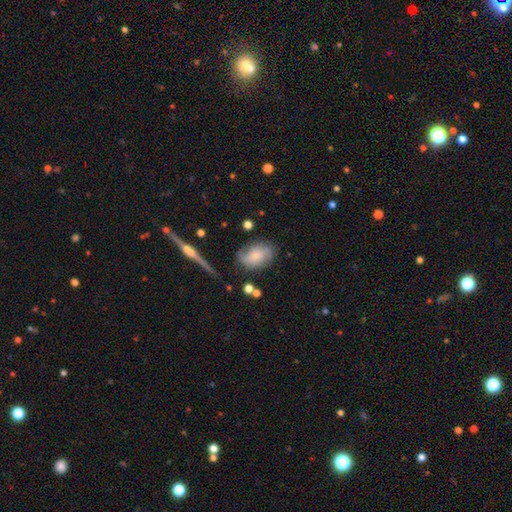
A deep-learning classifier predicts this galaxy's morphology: Smooth or featured?
  - featured or disk: 49% *
  - smooth: 43%
  - star or artifact: 8%
Merging?
  - none: 67% *
  - minor disturbance: 21%
  - major disturbance: 9%
  - merger: 3%